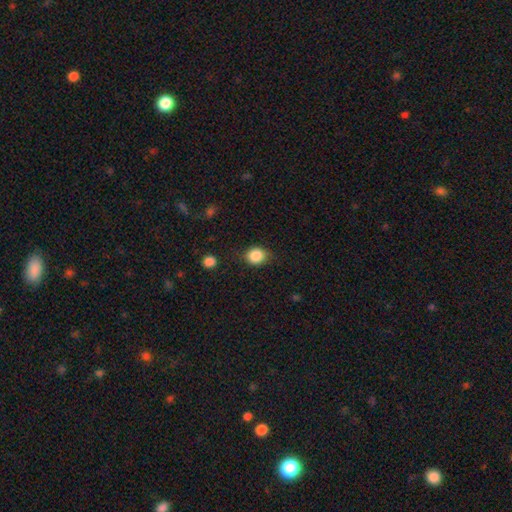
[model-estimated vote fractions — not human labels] Overall: smooth (86%). How rounded: round (70%). Merging: none (75%).